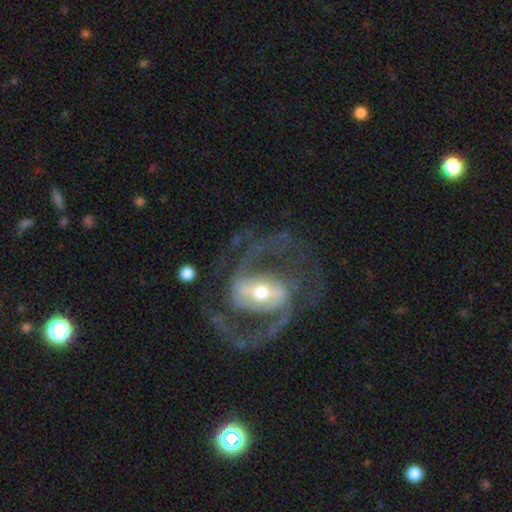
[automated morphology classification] The model was most divided on "bulge size": moderate: 50%, small: 42%, large: 6%, dominant: 1%, none: 1%. Remaining: edge-on disk — no (97%); spiral arms — yes (95%); smooth or featured — featured or disk (90%); spiral arm count — 2 (90%); merging — none (75%); spiral winding — medium (58%); bar — strong (49%).